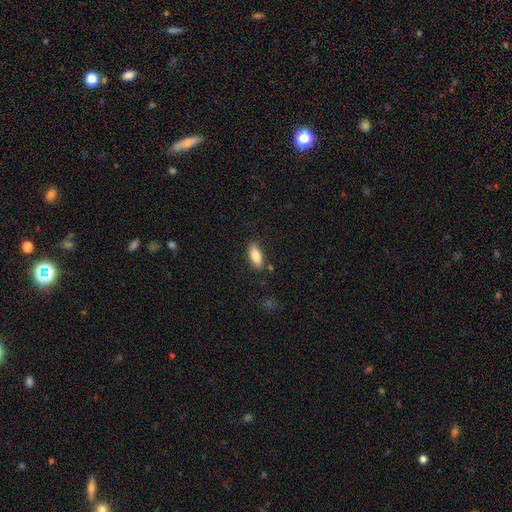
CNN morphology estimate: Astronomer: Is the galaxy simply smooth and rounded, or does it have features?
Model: smooth — 82%.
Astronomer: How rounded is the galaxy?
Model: in between — 80%.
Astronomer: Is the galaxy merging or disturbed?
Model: none — 85%.